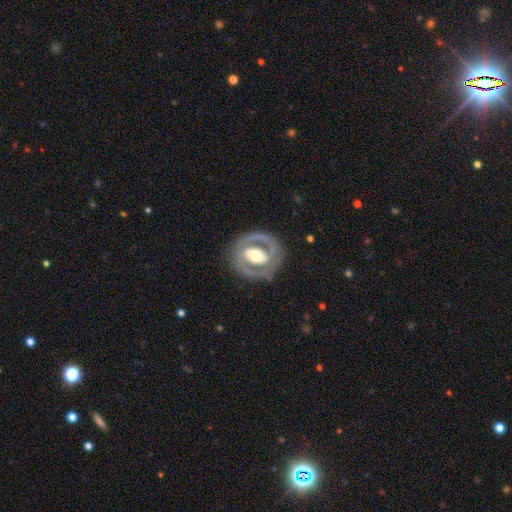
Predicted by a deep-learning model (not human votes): smooth-or-featured: featured or disk: 77% | smooth: 19% | star or artifact: 5%
  disk-edge-on: no: 95% | yes: 5%
    bar: strong: 36% | no: 34% | weak: 30%
    has-spiral-arms: yes: 55% | no: 45%
    bulge-size: moderate: 63% | large: 27% | small: 8% | dominant: 2% | none: 1%
  merging: none: 79% | minor disturbance: 13% | major disturbance: 7% | merger: 1%